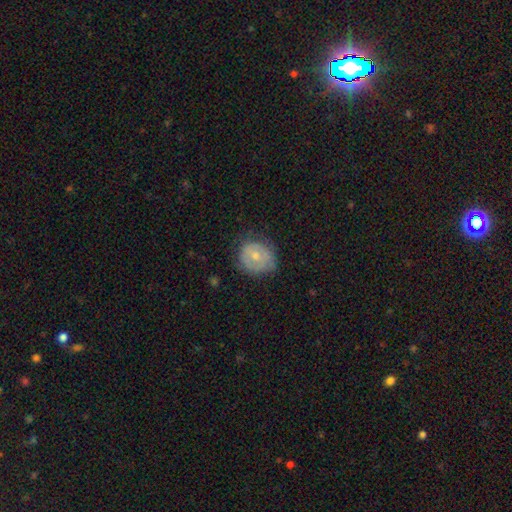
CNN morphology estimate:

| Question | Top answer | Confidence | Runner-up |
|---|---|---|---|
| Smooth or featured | smooth | 55% | featured or disk (38%) |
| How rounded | round | 75% | in between (24%) |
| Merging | none | 63% | minor disturbance (27%) |